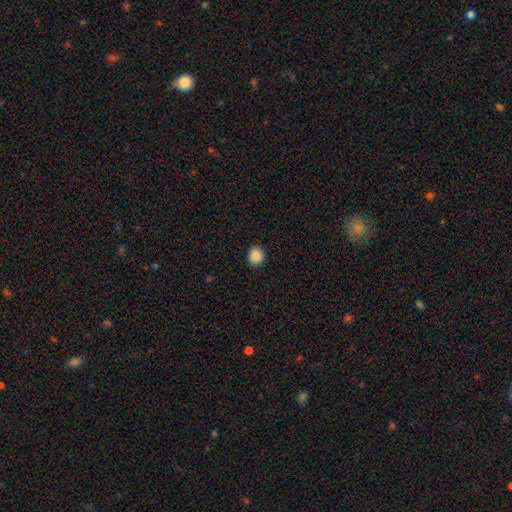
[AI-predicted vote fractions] Q: Smooth or featured?
A: smooth (88%); runner-up: star or artifact (9%)
Q: How rounded?
A: round (86%); runner-up: in between (14%)
Q: Merging?
A: none (91%); runner-up: minor disturbance (6%)